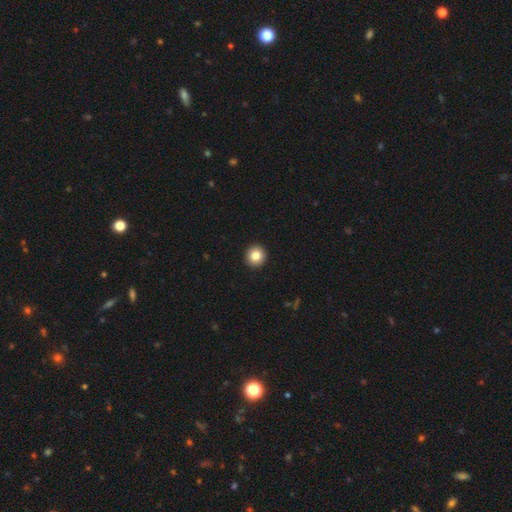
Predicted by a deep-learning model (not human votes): Smooth or featured? Predicted: smooth (p=0.84). How rounded? Predicted: round (p=0.95). Merging? Predicted: none (p=0.94).